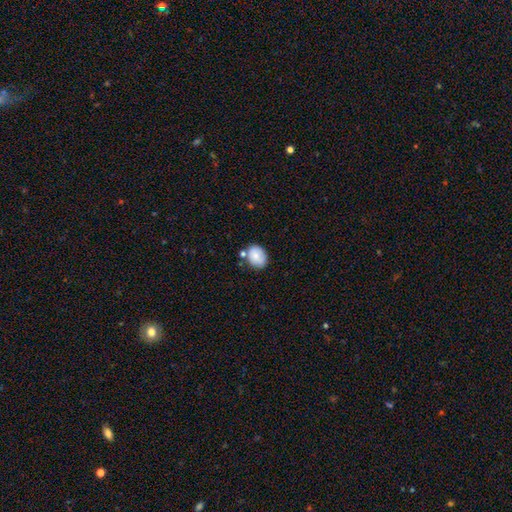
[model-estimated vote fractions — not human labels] smooth-or-featured: smooth: 80% | featured or disk: 12% | star or artifact: 8%
  how-rounded: in between: 65% | round: 34% | cigar-shaped: 1%
  merging: none: 67% | minor disturbance: 19% | merger: 11% | major disturbance: 4%